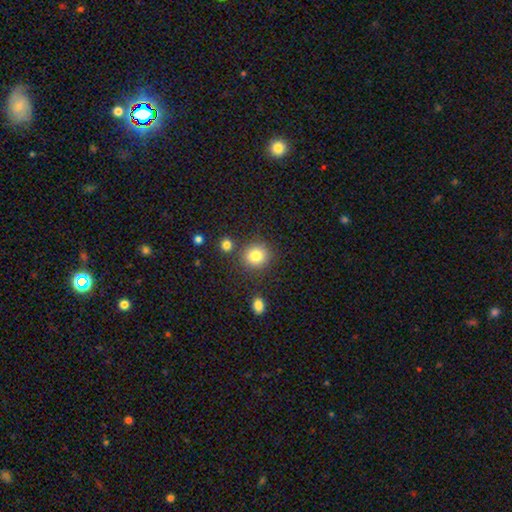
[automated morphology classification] smooth_or_featured: smooth (p=0.83) [alt: star or artifact p=0.11]
how_rounded: round (p=0.86) [alt: in between p=0.13]
merging: none (p=0.81) [alt: minor disturbance p=0.09]